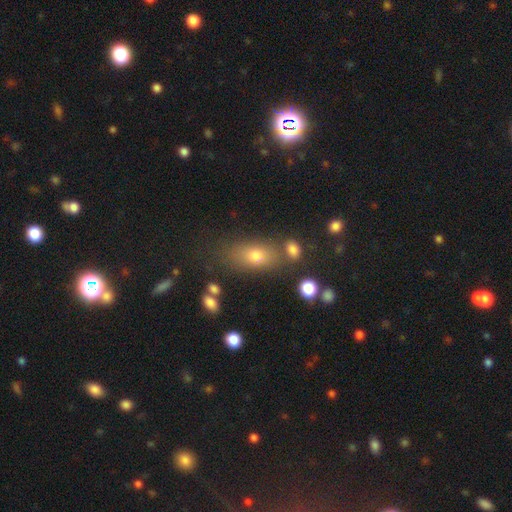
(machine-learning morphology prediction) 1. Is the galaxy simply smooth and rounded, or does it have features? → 73% smooth, 14% featured or disk, 13% star or artifact.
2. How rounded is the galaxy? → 81% in between, 13% round, 7% cigar-shaped.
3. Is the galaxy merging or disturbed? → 65% none, 16% minor disturbance, 12% merger, 7% major disturbance.